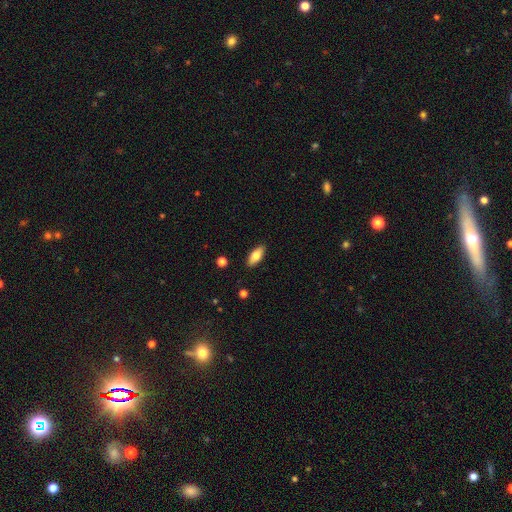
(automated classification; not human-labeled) Smooth or featured?
  - smooth: 75% *
  - featured or disk: 18%
  - star or artifact: 7%
How rounded?
  - in between: 84% *
  - cigar-shaped: 13%
  - round: 2%
Merging?
  - none: 89% *
  - minor disturbance: 8%
  - major disturbance: 2%
  - merger: 1%